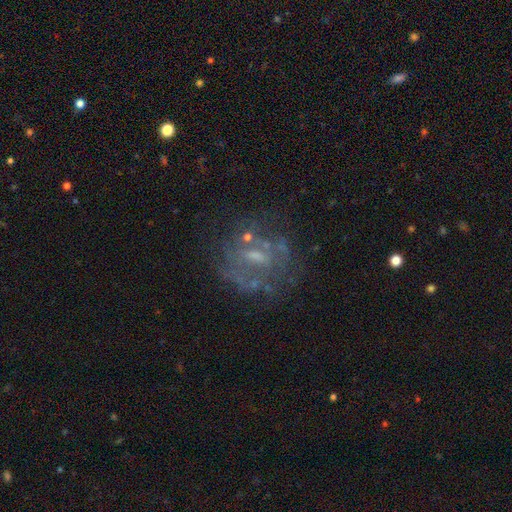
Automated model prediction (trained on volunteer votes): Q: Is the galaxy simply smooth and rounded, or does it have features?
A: featured or disk — 64%.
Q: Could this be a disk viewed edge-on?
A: no — 97%.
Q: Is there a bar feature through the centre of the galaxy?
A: no — 50%.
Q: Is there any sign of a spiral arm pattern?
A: no — 60%.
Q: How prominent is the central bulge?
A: small — 42%.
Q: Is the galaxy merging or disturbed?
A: none — 60%.